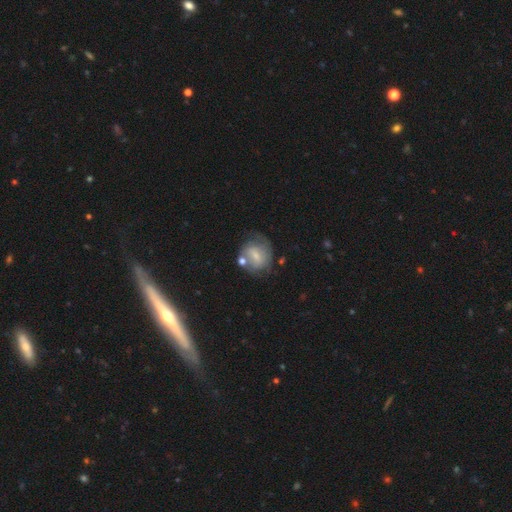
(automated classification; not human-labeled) Smooth or featured: smooth — 50% (featured or disk — 42%)
Merging: none — 48% (minor disturbance — 23%)